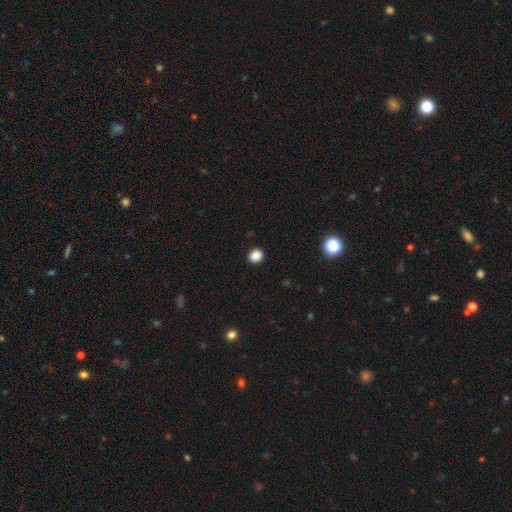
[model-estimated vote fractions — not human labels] This appears to be a smooth galaxy with no disk features (87%) that is round (74%). Merging: none (91%).